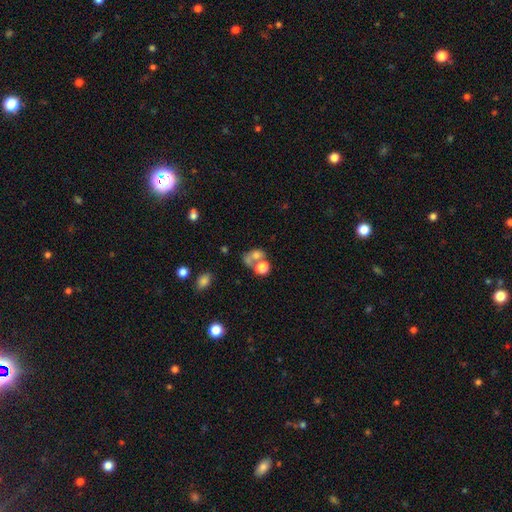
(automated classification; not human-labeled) smooth-or-featured: smooth: 61% | featured or disk: 22% | star or artifact: 17%
  how-rounded: round: 50% | in between: 48% | cigar-shaped: 2%
  merging: merger: 50% | none: 27% | major disturbance: 13% | minor disturbance: 10%